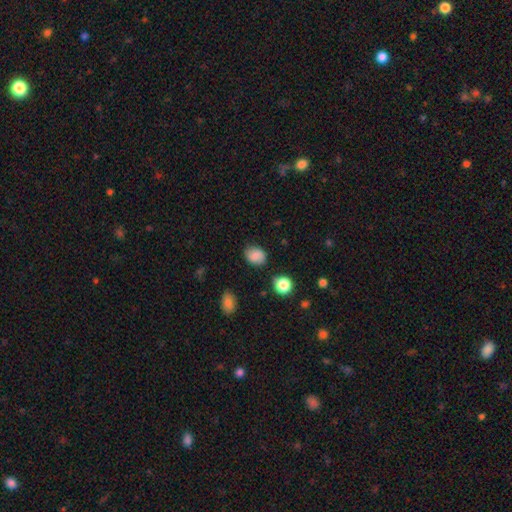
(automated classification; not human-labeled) Q: Smooth or featured?
A: smooth (83%); runner-up: star or artifact (10%)
Q: How rounded?
A: in between (51%); runner-up: round (48%)
Q: Merging?
A: none (79%); runner-up: minor disturbance (16%)